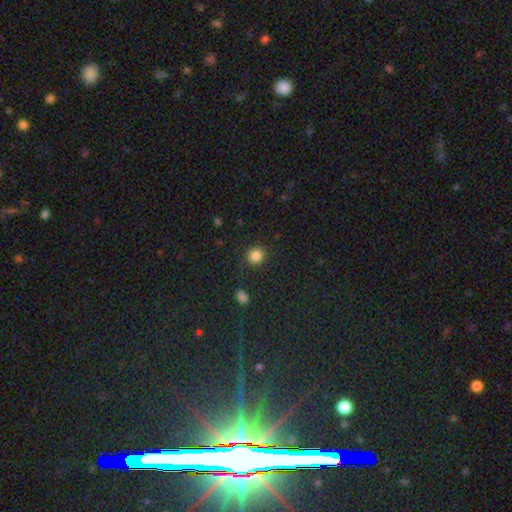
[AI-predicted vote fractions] smooth_or_featured: smooth (p=0.84) [alt: star or artifact p=0.12]
how_rounded: round (p=0.88) [alt: in between p=0.11]
merging: none (p=0.88) [alt: minor disturbance p=0.08]